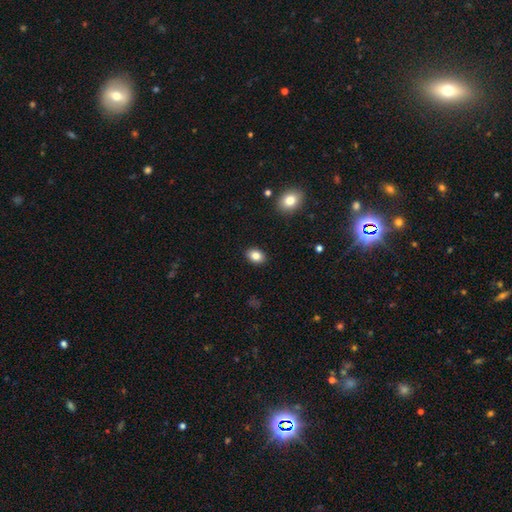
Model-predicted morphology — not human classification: Smooth or featured: smooth — 84% (star or artifact — 9%)
How rounded: in between — 81% (round — 18%)
Merging: none — 89% (minor disturbance — 8%)